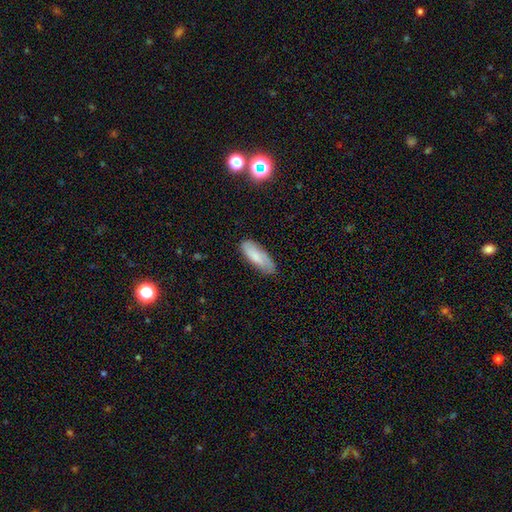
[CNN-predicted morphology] A smooth galaxy with no disk features (75%) that is in between round and cigar-shaped (64%).

Vote fractions:
- Smooth or featured? smooth: 75% / featured or disk: 18% / star or artifact: 7%
- How rounded? in between: 64% / cigar-shaped: 34% / round: 2%
- Merging? none: 71% / minor disturbance: 23% / major disturbance: 5% / merger: 2%